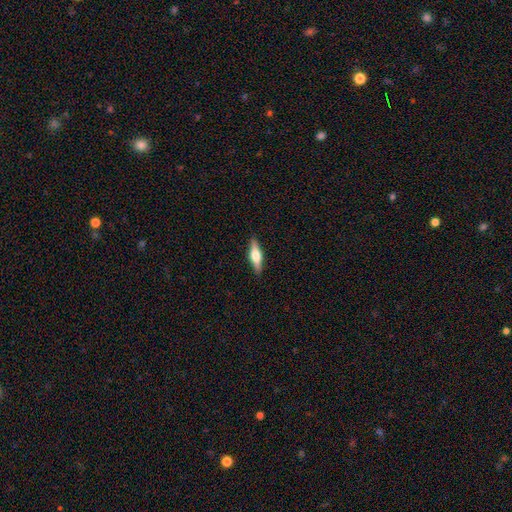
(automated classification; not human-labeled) Smooth or featured: featured or disk — 53% (smooth — 41%)
Edge-on disk: yes — 95% (no — 5%)
Edge-on bulge: rounded — 92% (boxy — 6%)
Merging: none — 89% (minor disturbance — 8%)